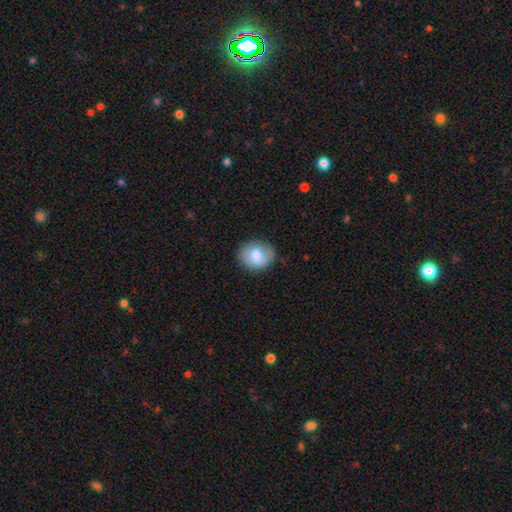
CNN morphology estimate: A smooth galaxy with no disk features (77%) that is round (53%). Merging: none (79%).